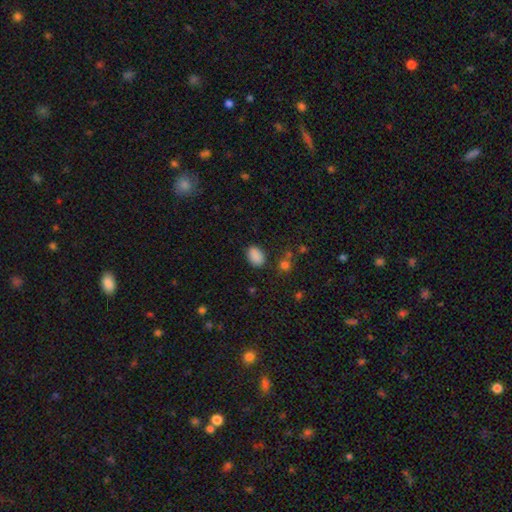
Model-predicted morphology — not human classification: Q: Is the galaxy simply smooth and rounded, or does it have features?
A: smooth — 87%.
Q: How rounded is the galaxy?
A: in between — 81%.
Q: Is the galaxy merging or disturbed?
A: none — 82%.